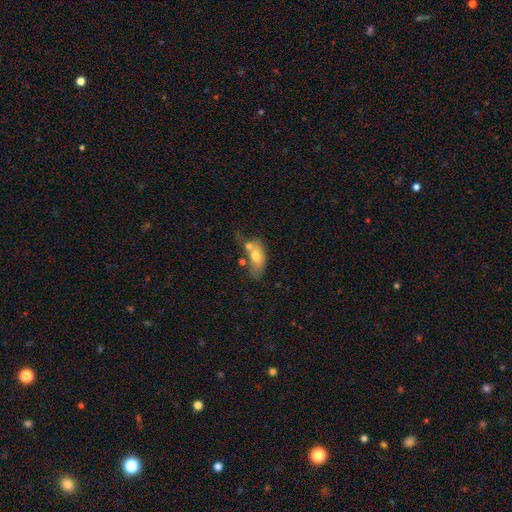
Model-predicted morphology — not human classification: type=smooth (66%); roundness=in between (83%); merging=merger (35%).